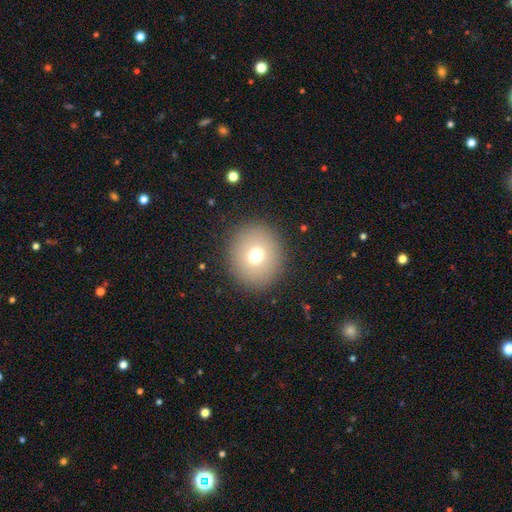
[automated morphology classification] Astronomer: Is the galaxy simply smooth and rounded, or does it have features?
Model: smooth — 70%.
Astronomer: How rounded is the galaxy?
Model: round — 85%.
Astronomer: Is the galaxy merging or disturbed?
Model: none — 89%.